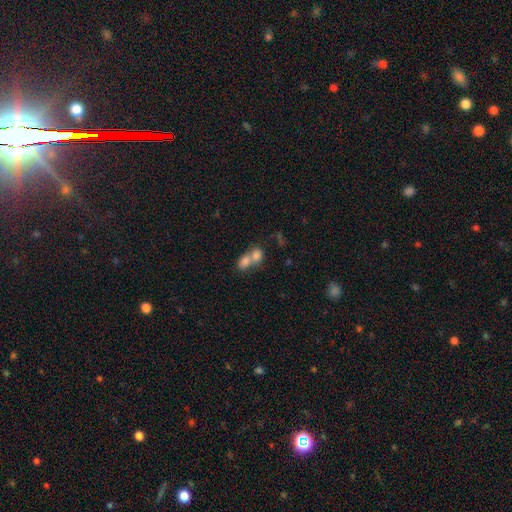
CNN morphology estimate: A smooth galaxy with no disk features (77%) that is in between round and cigar-shaped (61%).

Vote fractions:
- Smooth or featured? smooth: 77% / featured or disk: 13% / star or artifact: 10%
- How rounded? in between: 61% / round: 37% / cigar-shaped: 2%
- Merging? merger: 70% / none: 21% / minor disturbance: 5% / major disturbance: 3%